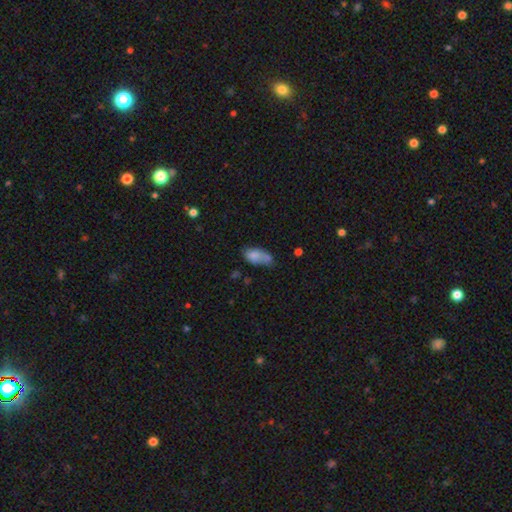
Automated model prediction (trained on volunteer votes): This appears to be a smooth galaxy with no disk features (75%) that is in between round and cigar-shaped (90%). Merging: none (35%).